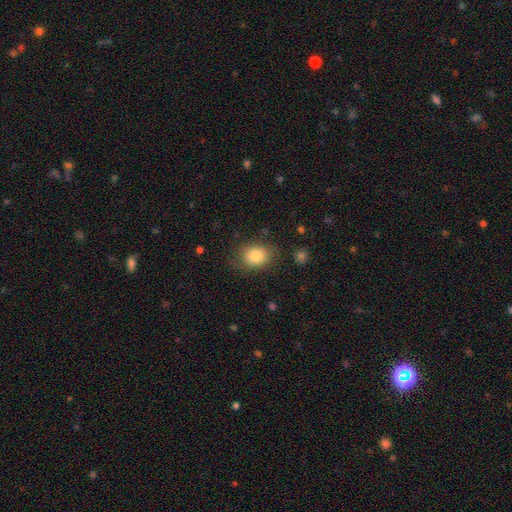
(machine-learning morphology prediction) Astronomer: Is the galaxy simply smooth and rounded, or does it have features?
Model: smooth — 82%.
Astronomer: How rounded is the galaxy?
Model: round — 50% (runner-up: in between, 49%).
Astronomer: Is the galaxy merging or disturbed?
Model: none — 78%.